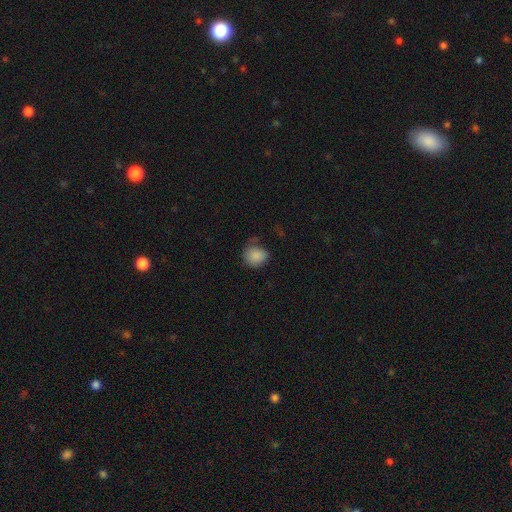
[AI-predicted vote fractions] This is clearly a smooth galaxy (85%). How rounded: likely round (71%). Merging: possibly none (57%).